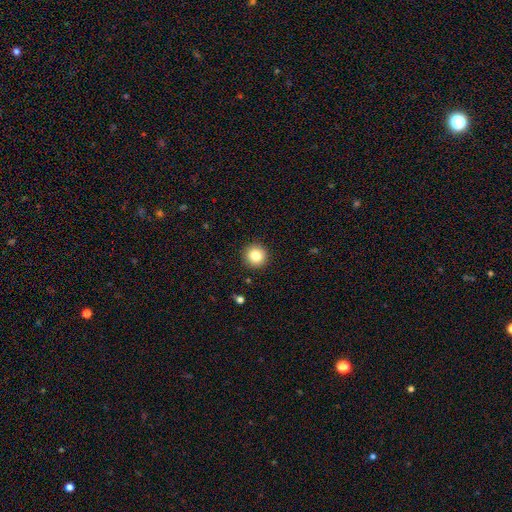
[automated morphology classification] This appears to be a smooth galaxy with no disk features (84%) that is round (93%). Merging: none (92%).